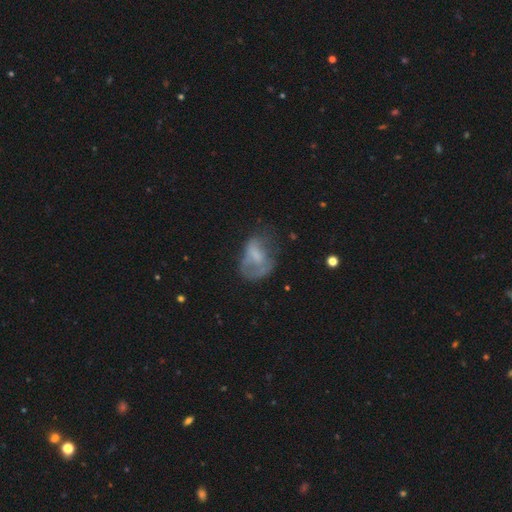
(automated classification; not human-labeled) Smooth or featured? smooth (49%)
Merging? major disturbance (39%)